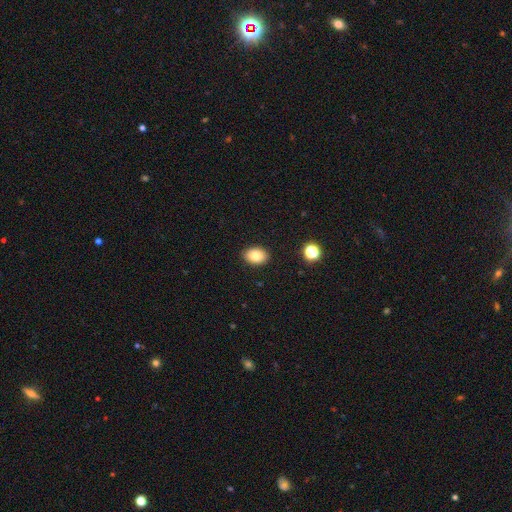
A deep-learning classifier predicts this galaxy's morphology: smooth 81%, star or artifact 10%, featured or disk 10%. Down the decision tree: how rounded — in between (75%); merging — none (90%).